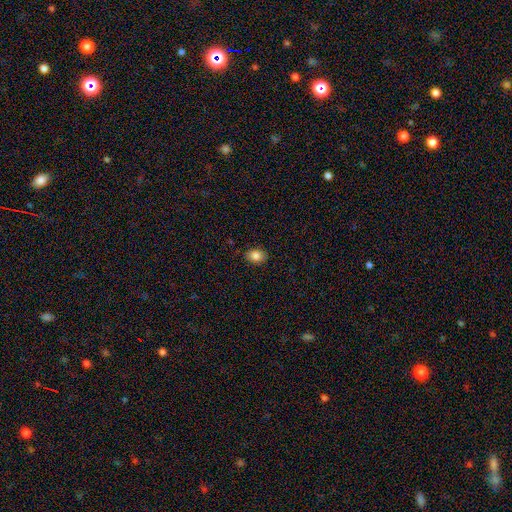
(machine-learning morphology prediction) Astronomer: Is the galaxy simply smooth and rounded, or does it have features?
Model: smooth — 85%.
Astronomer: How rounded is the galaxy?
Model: in between — 74%.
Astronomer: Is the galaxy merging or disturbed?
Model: none — 88%.